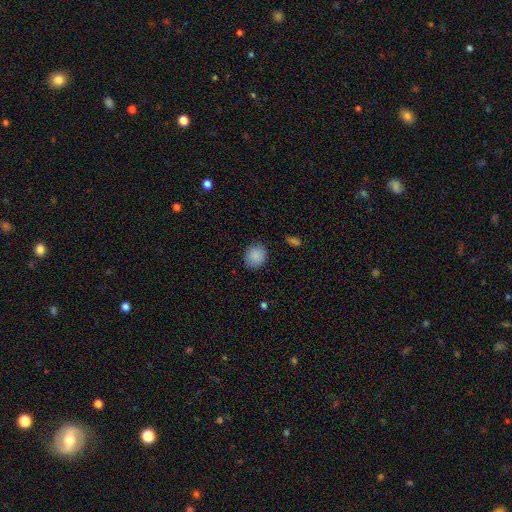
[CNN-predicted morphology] The model was most divided on "how rounded": round: 76%, in between: 23%, cigar-shaped: 1%. More confident: smooth or featured — smooth (89%); merging — none (87%).